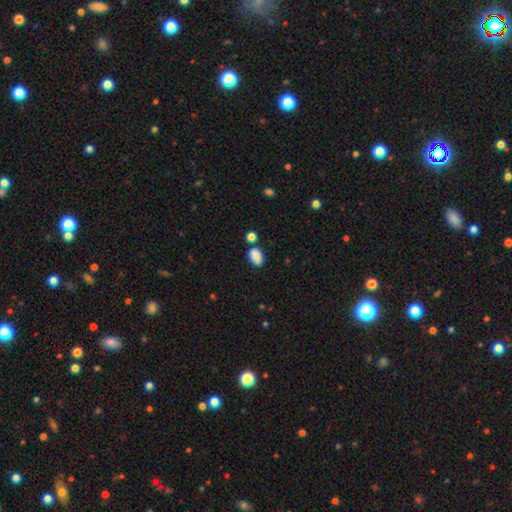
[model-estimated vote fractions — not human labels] Q: Smooth or featured?
A: smooth (85%); runner-up: star or artifact (9%)
Q: How rounded?
A: in between (87%); runner-up: round (12%)
Q: Merging?
A: none (64%); runner-up: minor disturbance (19%)